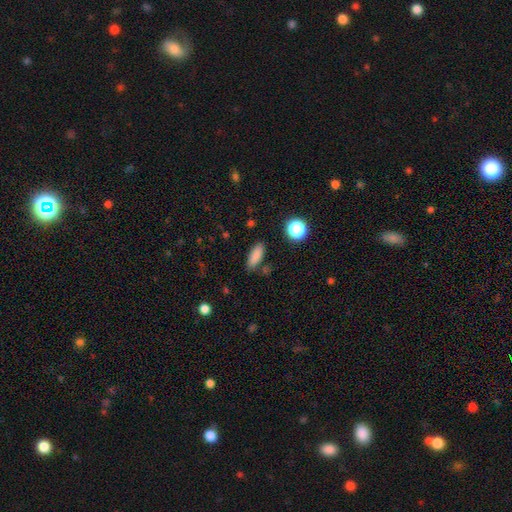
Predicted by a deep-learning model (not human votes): Overall: smooth (84%). How rounded: in between (70%). Merging: none (83%).